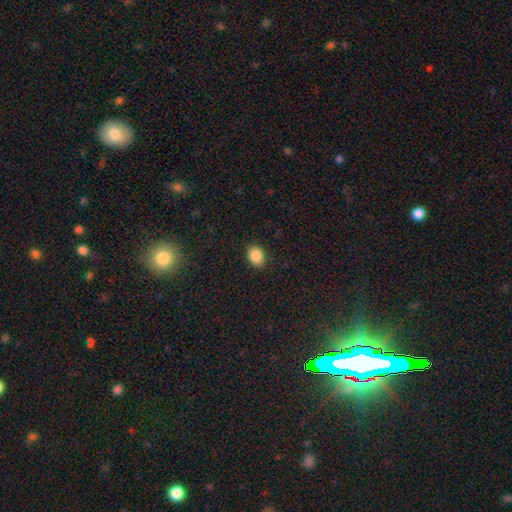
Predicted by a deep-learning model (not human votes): Smooth or featured: smooth — 87% (star or artifact — 9%)
How rounded: in between — 66% (round — 33%)
Merging: none — 88% (minor disturbance — 9%)